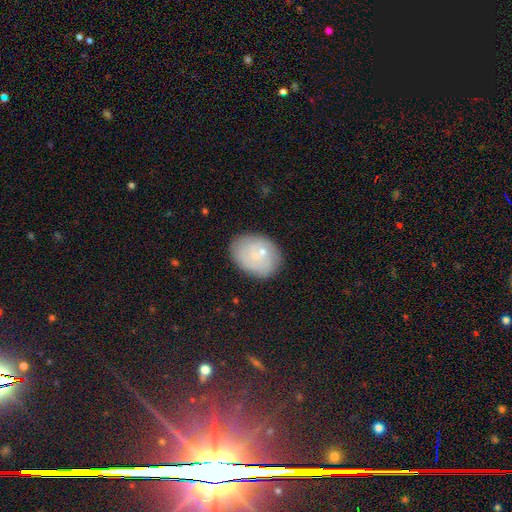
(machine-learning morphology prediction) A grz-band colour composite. It shows a smooth galaxy with no disk features (46%). Merging: none (75%).